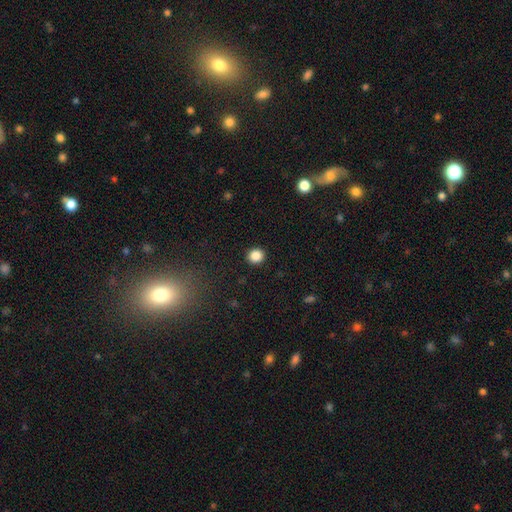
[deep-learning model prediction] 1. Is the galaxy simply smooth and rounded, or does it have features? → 86% smooth, 10% star or artifact, 3% featured or disk.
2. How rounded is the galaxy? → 88% round, 11% in between, 1% cigar-shaped.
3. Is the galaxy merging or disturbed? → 92% none, 5% minor disturbance, 2% major disturbance, 1% merger.